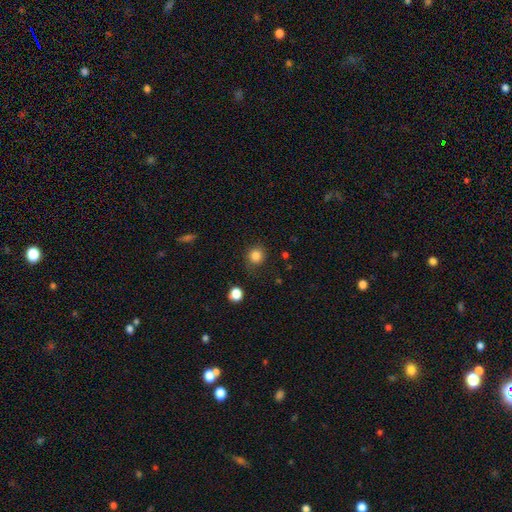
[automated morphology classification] smooth 83%, star or artifact 12%, featured or disk 5%. Down the decision tree: how rounded — round (89%); merging — none (79%).